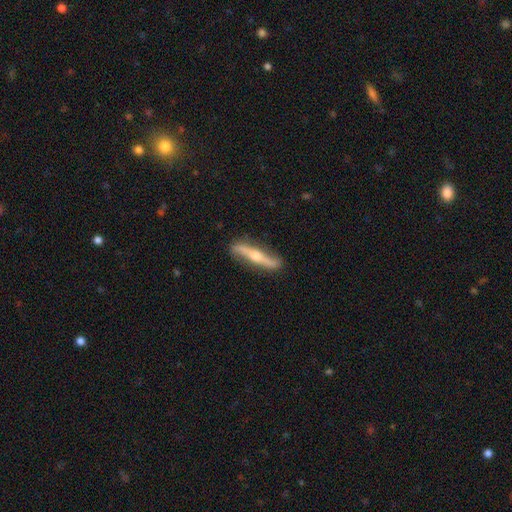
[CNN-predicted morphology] This appears to be a featured or disk galaxy (72%) viewed edge-on (73%) with a rounded central bulge (90%). Merging: none (84%).